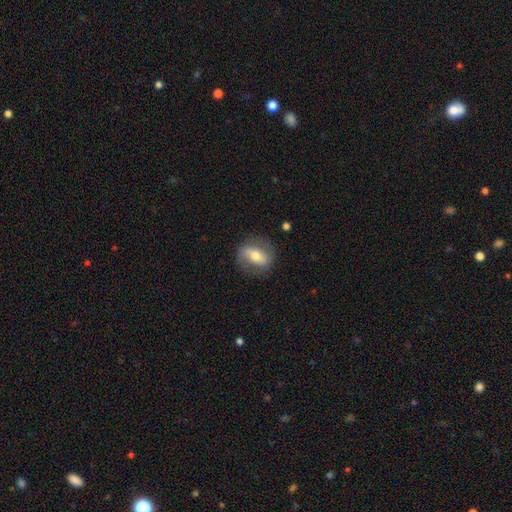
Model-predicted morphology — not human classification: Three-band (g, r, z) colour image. It shows a featured or disk galaxy (50%). Merging: none (78%).